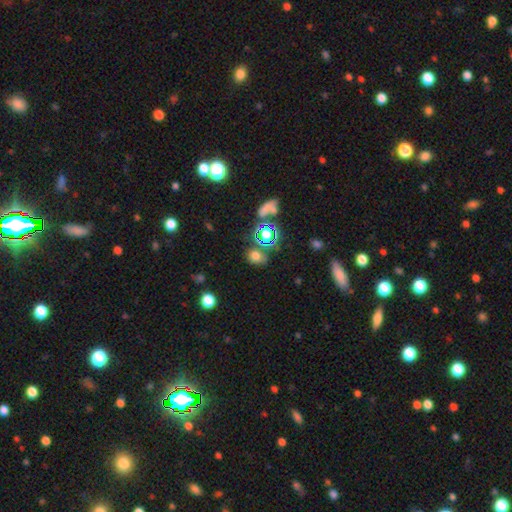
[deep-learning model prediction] Smooth or featured: smooth — 68% (star or artifact — 24%)
How rounded: round — 51% (in between — 47%)
Merging: none — 69% (minor disturbance — 14%)